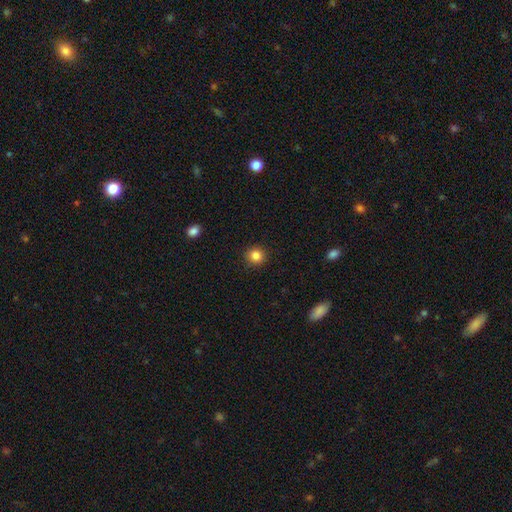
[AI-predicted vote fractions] Smooth or featured? Predicted: smooth (p=0.84). How rounded? Predicted: round (p=0.89). Merging? Predicted: none (p=0.91).